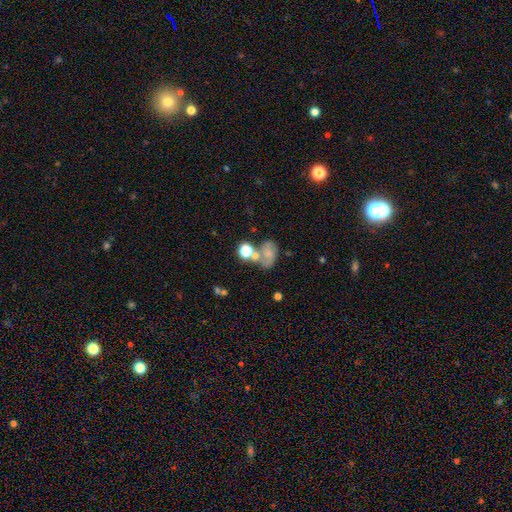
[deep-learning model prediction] A smooth galaxy with no disk features (51%) that is in between round and cigar-shaped (59%). Merging: none (38%).